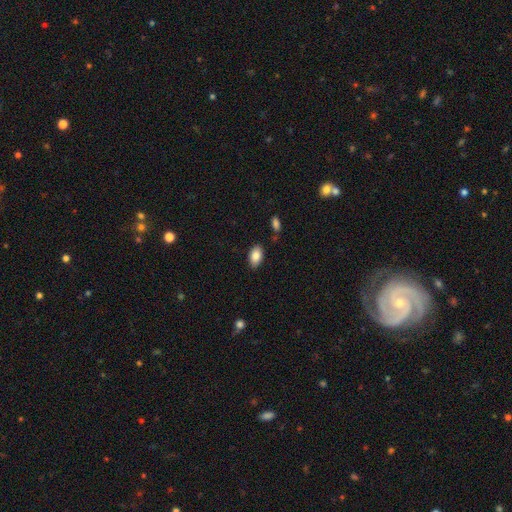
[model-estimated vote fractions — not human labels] A smooth galaxy with no disk features (86%) that is in between round and cigar-shaped (92%). Merging: none (83%).